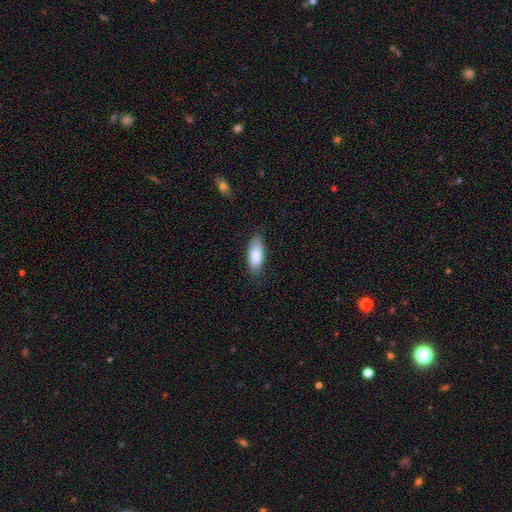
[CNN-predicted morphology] smooth_or_featured: smooth (p=0.83) [alt: featured or disk p=0.11]
how_rounded: in between (p=0.80) [alt: cigar-shaped p=0.18]
merging: none (p=0.78) [alt: minor disturbance p=0.17]